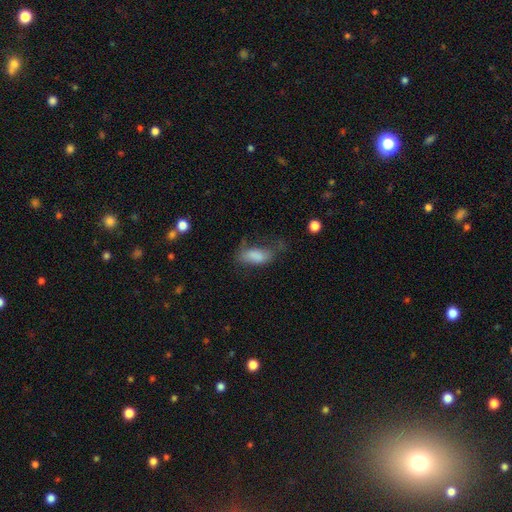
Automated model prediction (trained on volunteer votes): Q: Smooth or featured?
A: smooth (74%); runner-up: featured or disk (17%)
Q: How rounded?
A: in between (88%); runner-up: cigar-shaped (8%)
Q: Merging?
A: major disturbance (36%); runner-up: none (32%)